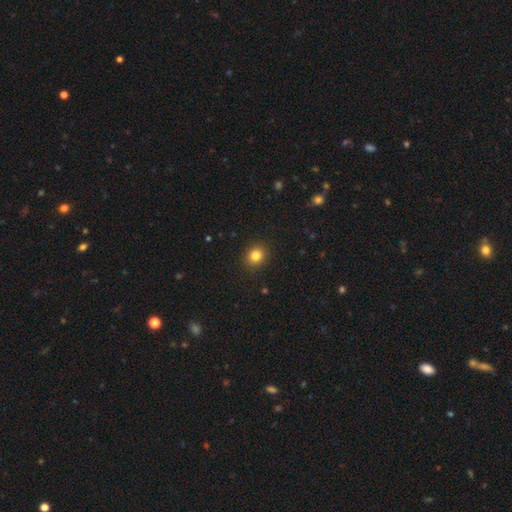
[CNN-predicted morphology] This appears to be a smooth galaxy with no disk features (83%) that is round (79%). Merging: none (91%).